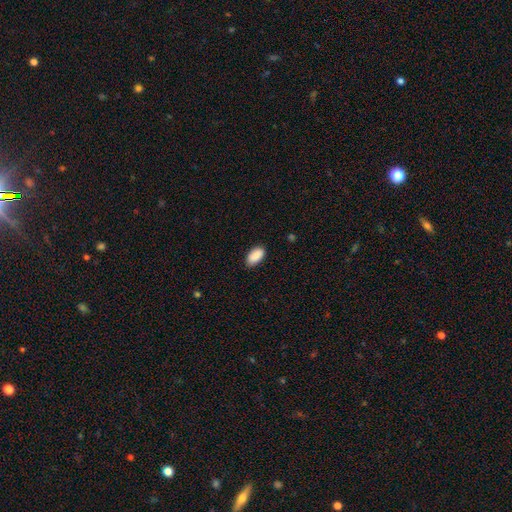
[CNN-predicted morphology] type=smooth (90%); roundness=in between (95%); merging=none (86%).